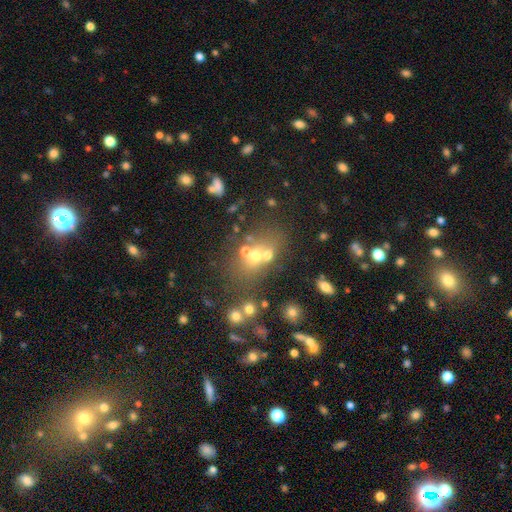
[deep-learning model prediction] The model was most divided on "merging": none: 42%, merger: 40%, minor disturbance: 11%, major disturbance: 7%. Remaining: smooth or featured — smooth (47%).